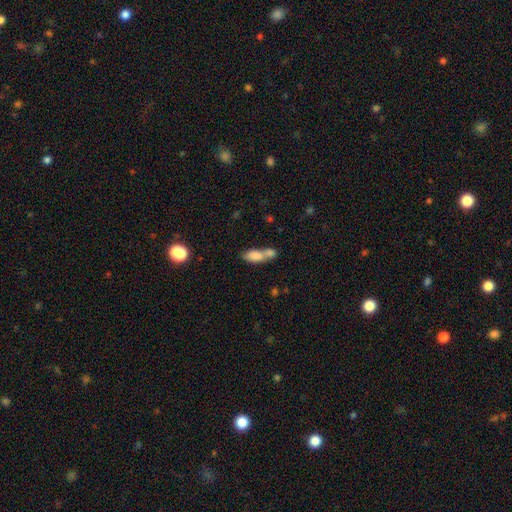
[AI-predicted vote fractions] The model was most divided on "merging": merger: 61%, none: 24%, minor disturbance: 10%, major disturbance: 5%. More confident: smooth or featured — smooth (77%); how rounded — in between (73%).